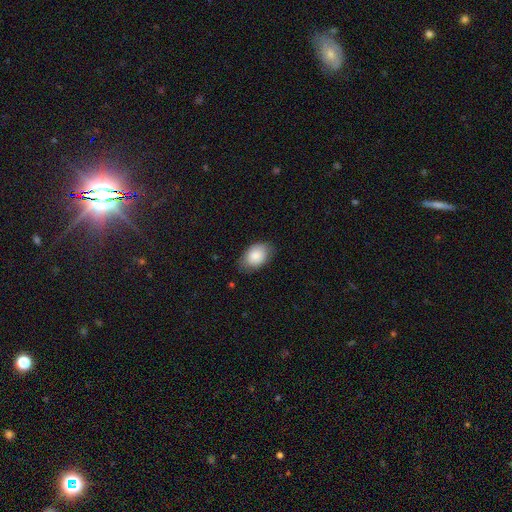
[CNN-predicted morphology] The model was most divided on "merging": none: 75%, minor disturbance: 20%, major disturbance: 4%, merger: 1%. More confident: how rounded — in between (86%); smooth or featured — smooth (84%).